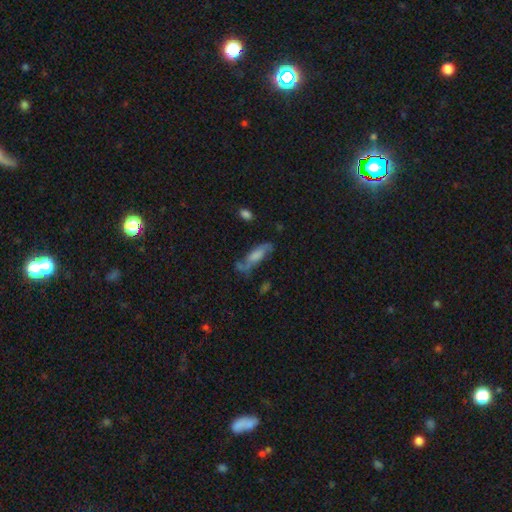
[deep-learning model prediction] Morphology: type=smooth (49%); merging=none (49%).